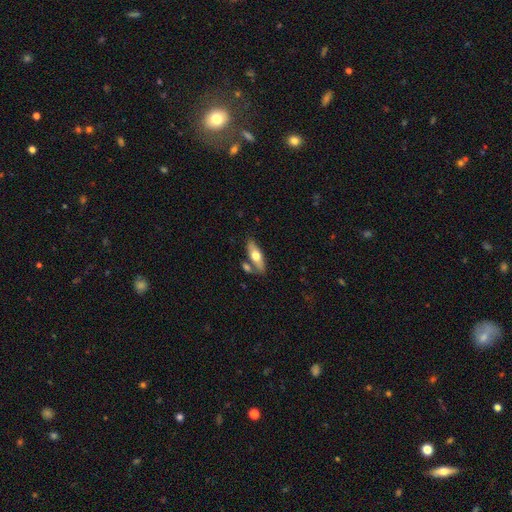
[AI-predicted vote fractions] smooth 57%, featured or disk 37%, star or artifact 5%. Down the decision tree: how rounded — in between (60%); merging — none (67%).